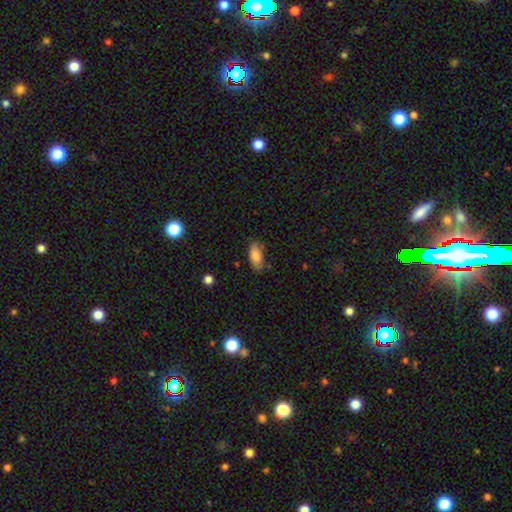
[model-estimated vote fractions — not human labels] This is clearly a smooth galaxy (82%). How rounded: clearly in between (87%). Merging: likely none (76%).